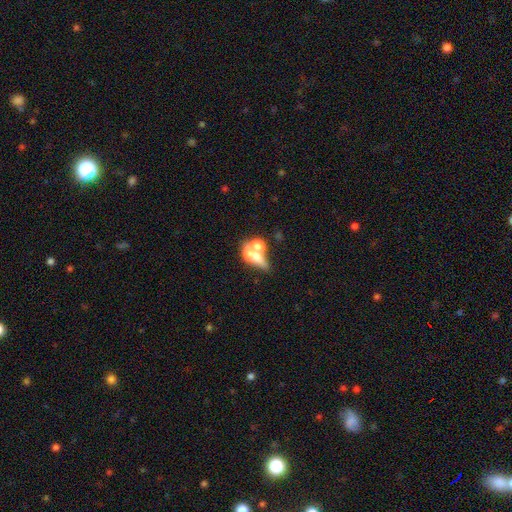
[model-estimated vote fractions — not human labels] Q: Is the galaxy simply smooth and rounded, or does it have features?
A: smooth — 47%.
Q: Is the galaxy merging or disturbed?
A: merger — 54%.